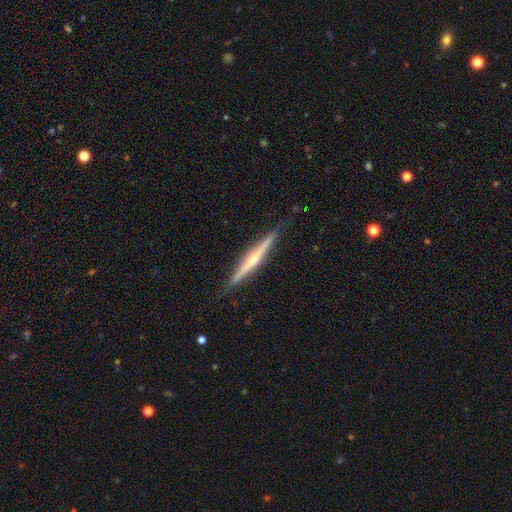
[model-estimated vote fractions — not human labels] A featured or disk galaxy (71%) viewed edge-on (98%) with a rounded central bulge (61%).

Vote fractions:
- Smooth or featured? featured or disk: 71% / smooth: 24% / star or artifact: 6%
- Edge-on disk? yes: 98% / no: 2%
- Edge-on bulge? rounded: 61% / none: 31% / boxy: 8%
- Merging? none: 88% / minor disturbance: 10% / major disturbance: 1% / merger: 1%